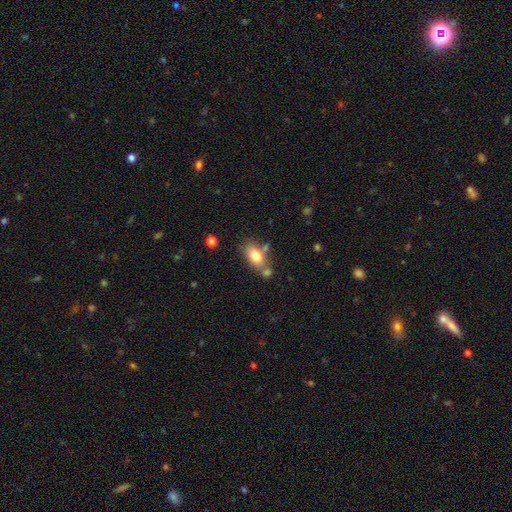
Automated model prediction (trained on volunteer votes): This is likely a smooth galaxy (77%). How rounded: clearly in between (87%). Merging: possibly none (57%).